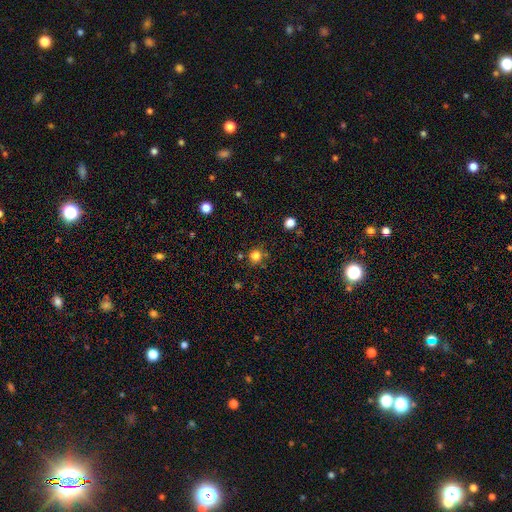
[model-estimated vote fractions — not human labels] The model was most divided on "merging": none: 79%, minor disturbance: 12%, merger: 6%, major disturbance: 3%. More confident: how rounded — round (91%); smooth or featured — smooth (81%).